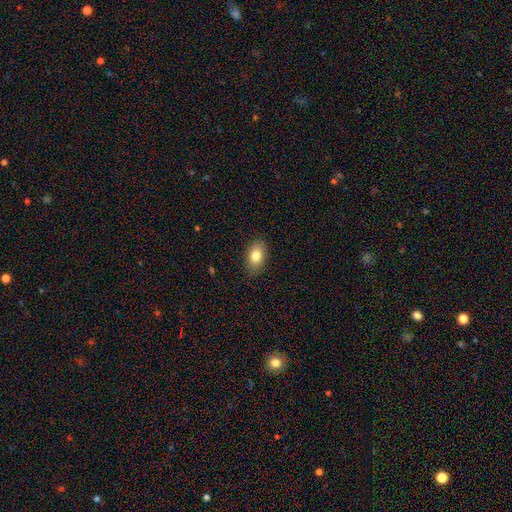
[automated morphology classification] smooth 81%, featured or disk 11%, star or artifact 8%. Down the decision tree: how rounded — in between (88%); merging — none (86%).